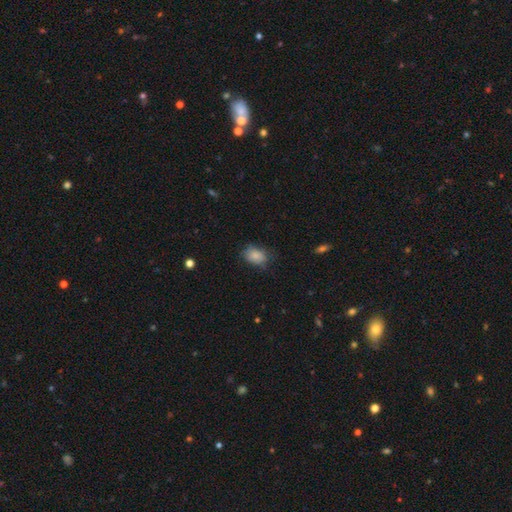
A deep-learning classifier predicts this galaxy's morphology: The model was most divided on "merging": none: 65%, minor disturbance: 26%, major disturbance: 7%, merger: 1%. More confident: smooth or featured — smooth (82%); how rounded — in between (76%).